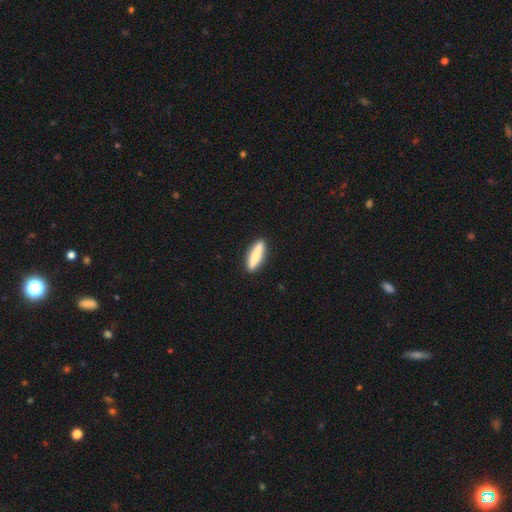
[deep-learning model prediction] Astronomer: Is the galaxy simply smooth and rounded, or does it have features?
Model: smooth — 66%.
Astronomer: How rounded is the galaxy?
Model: cigar-shaped — 79%.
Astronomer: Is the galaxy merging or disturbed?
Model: none — 91%.